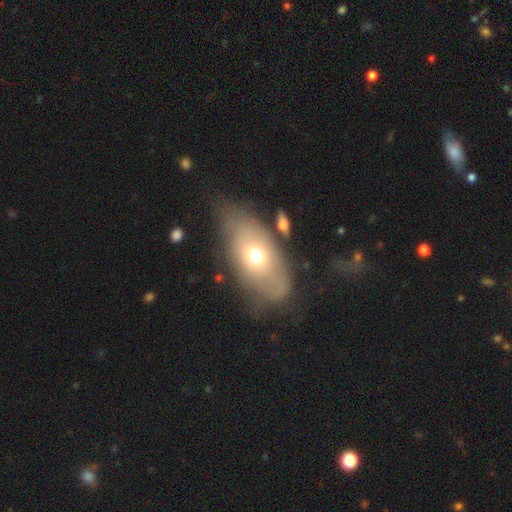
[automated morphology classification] Overall: smooth (55%; featured or disk 37%). How rounded: in between (88%). Merging: none (53%; minor disturbance 26%).